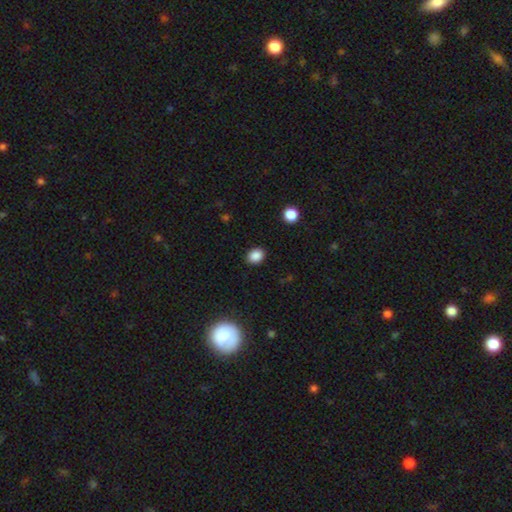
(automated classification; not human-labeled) This is clearly a smooth galaxy (87%). How rounded: possibly in between (51%). Merging: clearly none (89%).